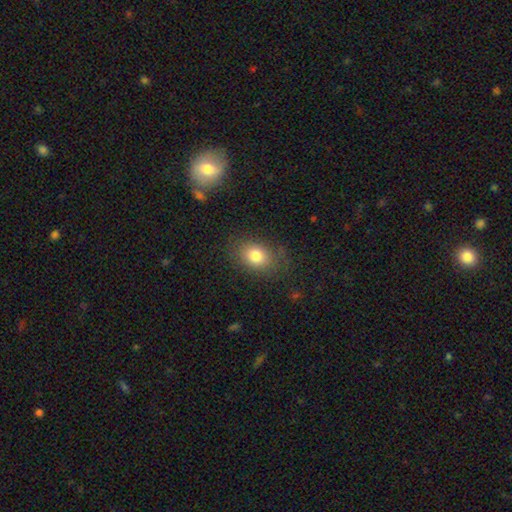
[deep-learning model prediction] The model was most divided on "how rounded": in between: 67%, round: 32%, cigar-shaped: 1%. More confident: smooth or featured — smooth (81%); merging — none (78%).